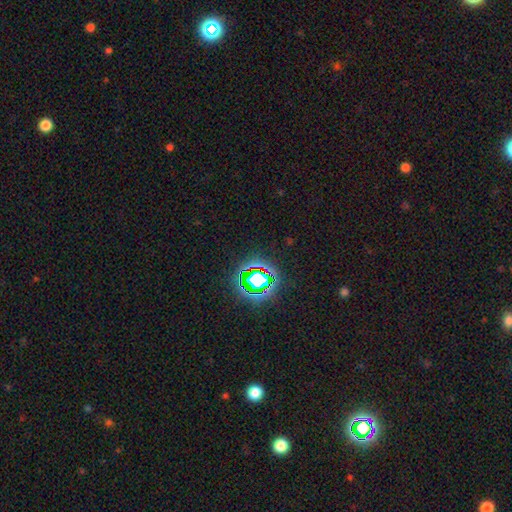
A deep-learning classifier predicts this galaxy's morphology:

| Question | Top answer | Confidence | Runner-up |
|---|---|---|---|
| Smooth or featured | star or artifact | 82% | smooth (12%) |